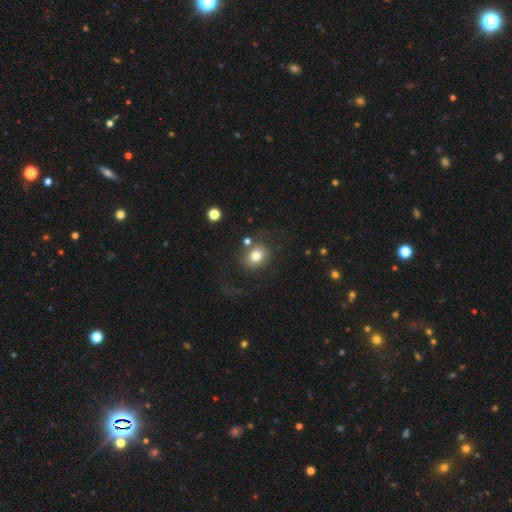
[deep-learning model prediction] This appears to be a smooth galaxy with no disk features (77%) that is round (61%). Merging: none (66%).